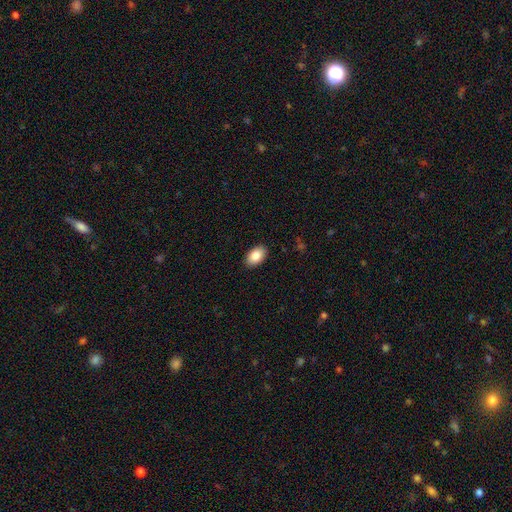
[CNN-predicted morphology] smooth 86%, star or artifact 7%, featured or disk 7%. Down the decision tree: how rounded — in between (92%); merging — none (90%).